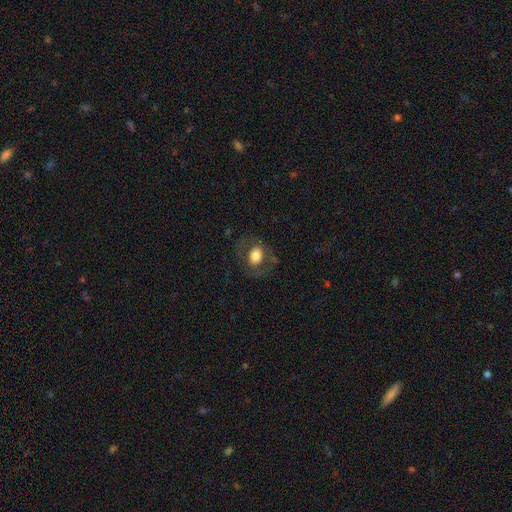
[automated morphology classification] smooth_or_featured: smooth (p=0.67) [alt: featured or disk p=0.25]
how_rounded: in between (p=0.52) [alt: round p=0.47]
merging: none (p=0.73) [alt: minor disturbance p=0.15]